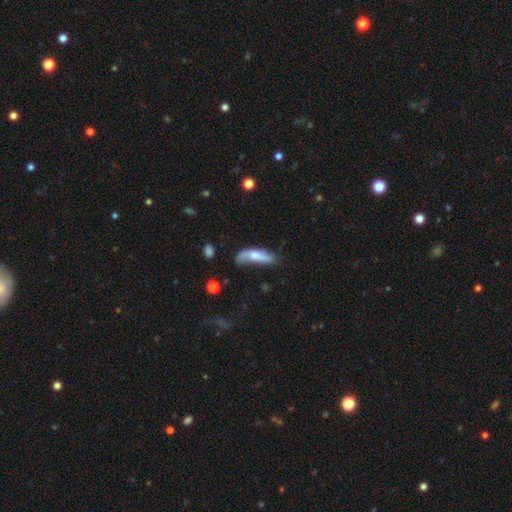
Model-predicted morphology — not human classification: This is possibly a smooth galaxy (58%). How rounded: possibly cigar-shaped (53%). Merging: marginally none (43%).